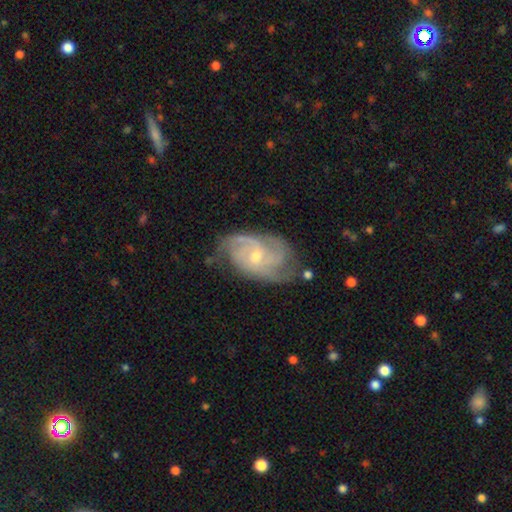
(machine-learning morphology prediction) A featured or disk galaxy (86%) with no bar (55%), 3 (37%) tight (45%) spiral arms (96%) and a small central bulge (51%).

Vote fractions:
- Smooth or featured? featured or disk: 86% / smooth: 9% / star or artifact: 5%
- Edge-on disk? no: 97% / yes: 3%
- Bar? no: 55% / weak: 38% / strong: 7%
- Spiral arms? yes: 96% / no: 4%
- Spiral winding? tight: 45% / medium: 44% / loose: 12%
- Spiral arm count? 3: 37% / 2: 24% / can't tell: 18% / 4: 12% / 1: 4% / more than 4: 4%
- Bulge size? small: 51% / moderate: 45% / large: 1% / none: 1% / dominant: 1%
- Merging? none: 67% / minor disturbance: 23% / major disturbance: 8% / merger: 2%